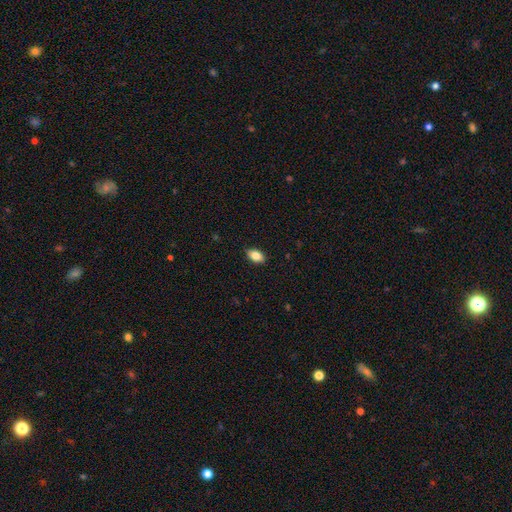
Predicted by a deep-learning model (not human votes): smooth 83%, featured or disk 9%, star or artifact 8%. Down the decision tree: how rounded — in between (90%); merging — none (88%).